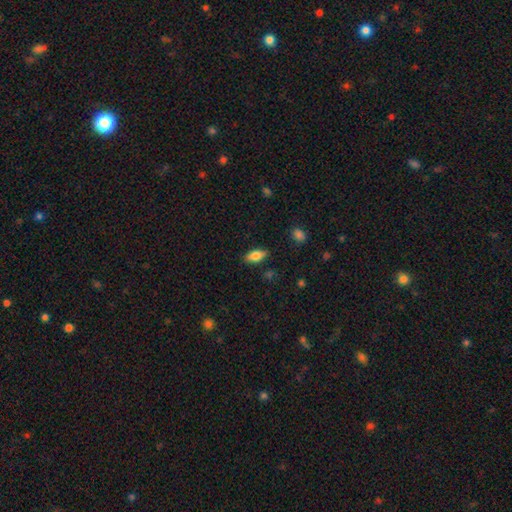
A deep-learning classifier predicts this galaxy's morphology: Q: Smooth or featured?
A: smooth (75%); runner-up: featured or disk (18%)
Q: How rounded?
A: in between (84%); runner-up: cigar-shaped (13%)
Q: Merging?
A: none (84%); runner-up: minor disturbance (12%)